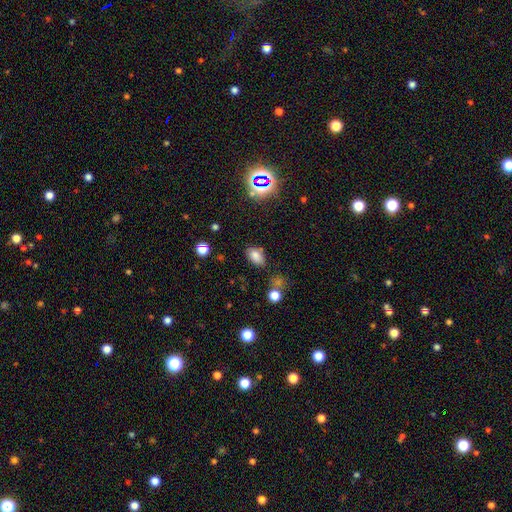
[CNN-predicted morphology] type=smooth (77%); roundness=in between (89%); merging=none (75%).